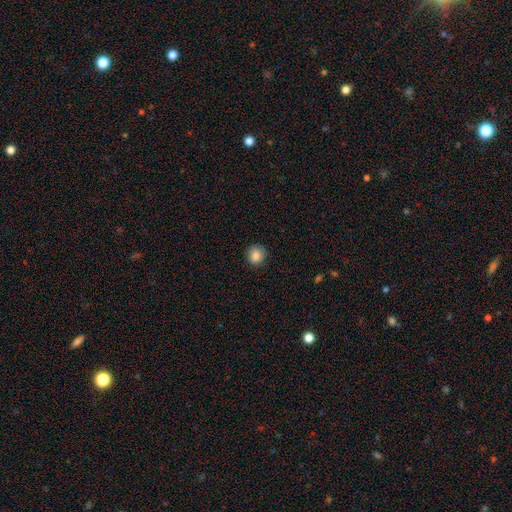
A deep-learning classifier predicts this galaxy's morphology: This appears to be a smooth galaxy with no disk features (84%) that is round (86%). Merging: none (84%).